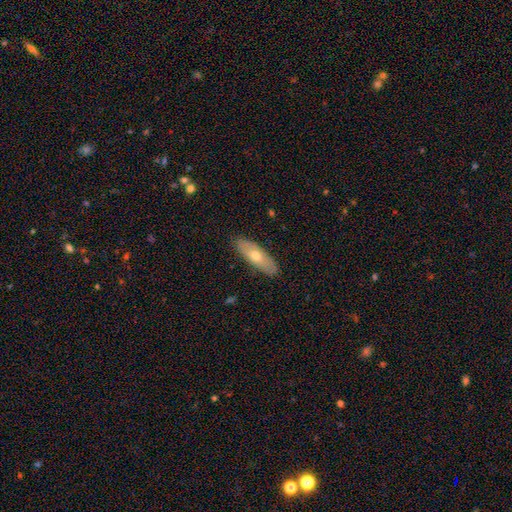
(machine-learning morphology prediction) This is possibly a smooth galaxy (50%). How rounded: possibly in between (49%). Merging: clearly none (88%).